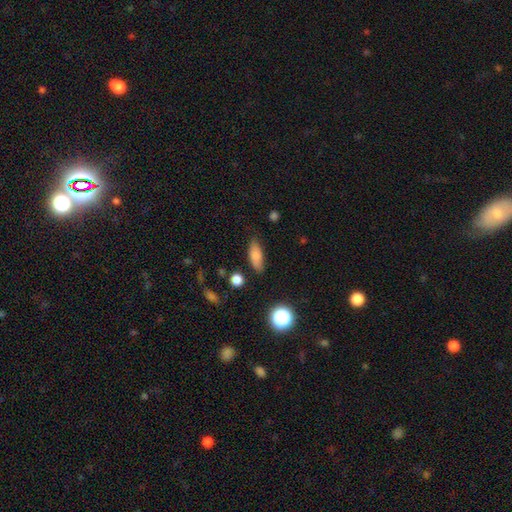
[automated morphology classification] Q: Smooth or featured?
A: smooth (80%); runner-up: featured or disk (11%)
Q: How rounded?
A: in between (71%); runner-up: cigar-shaped (25%)
Q: Merging?
A: none (79%); runner-up: minor disturbance (16%)